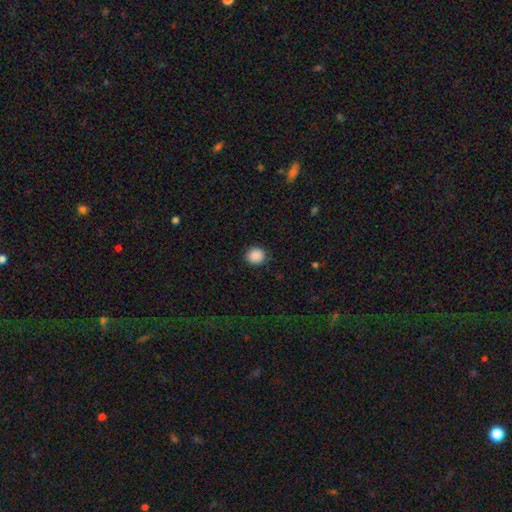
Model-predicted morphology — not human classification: A smooth galaxy with no disk features (89%) that is round (88%).

Vote fractions:
- Smooth or featured? smooth: 89% / star or artifact: 9% / featured or disk: 2%
- How rounded? round: 88% / in between: 11% / cigar-shaped: 1%
- Merging? none: 89% / minor disturbance: 7% / major disturbance: 2% / merger: 1%